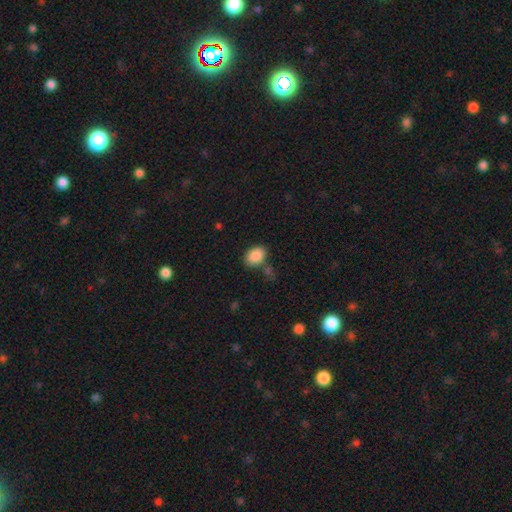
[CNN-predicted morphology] The model was most divided on "merging": none: 70%, minor disturbance: 16%, merger: 9%, major disturbance: 5%. More confident: smooth or featured — smooth (88%); how rounded — in between (79%).